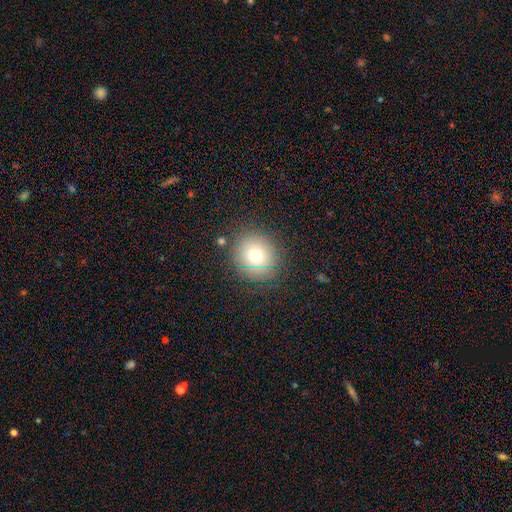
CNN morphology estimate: A smooth galaxy with no disk features (70%) that is round (87%). Merging: none (84%).